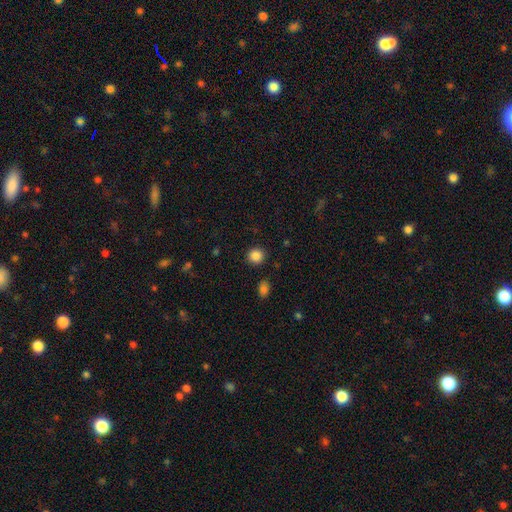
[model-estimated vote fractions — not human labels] A smooth galaxy with no disk features (86%) that is round (90%). Merging: none (90%).